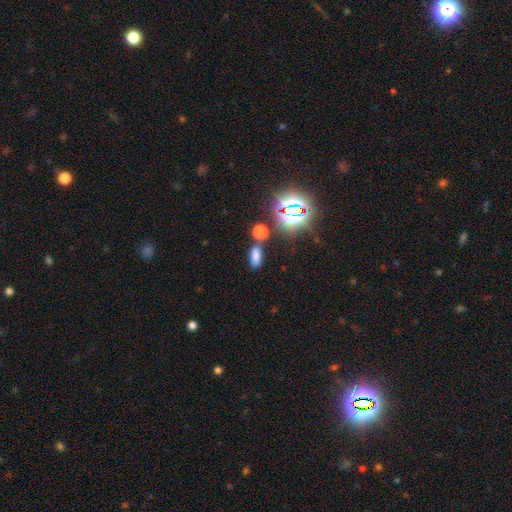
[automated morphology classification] smooth-or-featured: smooth: 68% | star or artifact: 25% | featured or disk: 7%
  how-rounded: in between: 81% | cigar-shaped: 10% | round: 9%
  merging: none: 71% | merger: 14% | minor disturbance: 11% | major disturbance: 4%